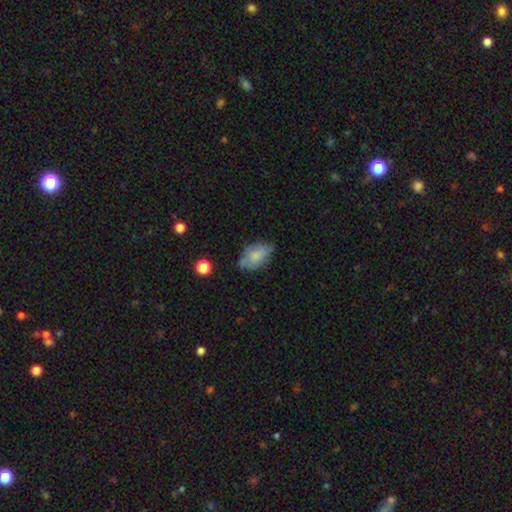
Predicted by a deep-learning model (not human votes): smooth_or_featured: smooth (p=0.72) [alt: featured or disk p=0.20]
how_rounded: in between (p=0.91) [alt: round p=0.07]
merging: none (p=0.57) [alt: minor disturbance p=0.32]